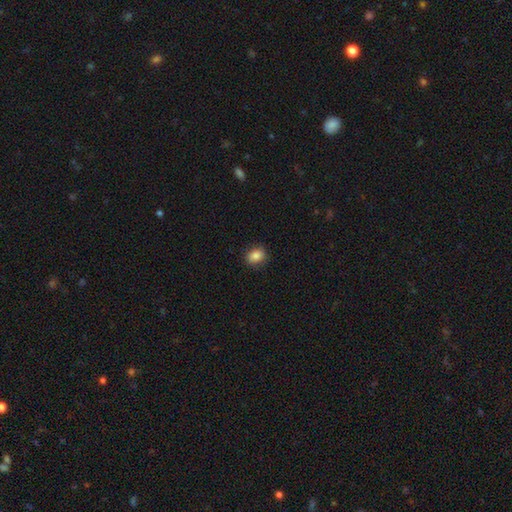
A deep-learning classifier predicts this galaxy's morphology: This appears to be a smooth galaxy with no disk features (85%) that is in between round and cigar-shaped (52%). Merging: none (85%).